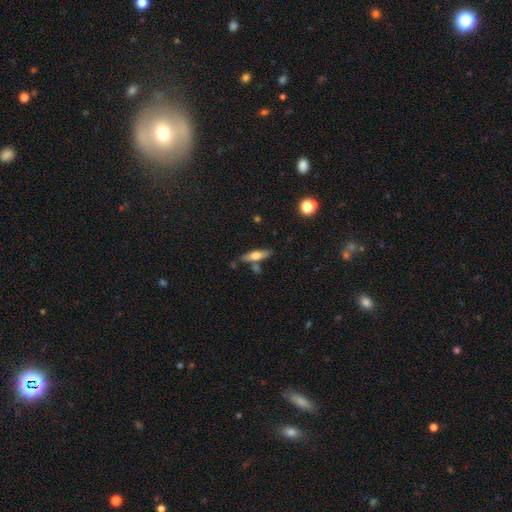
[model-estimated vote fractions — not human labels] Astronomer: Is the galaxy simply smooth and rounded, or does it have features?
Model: smooth — 56% (runner-up: featured or disk, 36%).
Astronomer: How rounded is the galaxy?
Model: cigar-shaped — 59% (runner-up: in between, 39%).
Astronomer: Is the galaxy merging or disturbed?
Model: none — 72%.